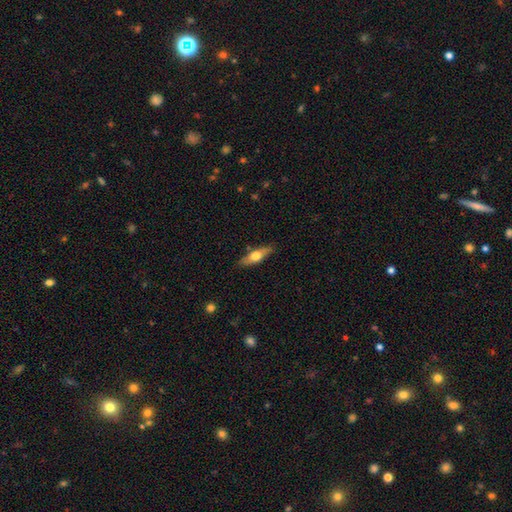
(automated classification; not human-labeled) Smooth or featured? smooth (54%)
How rounded? cigar-shaped (54%)
Merging? none (84%)